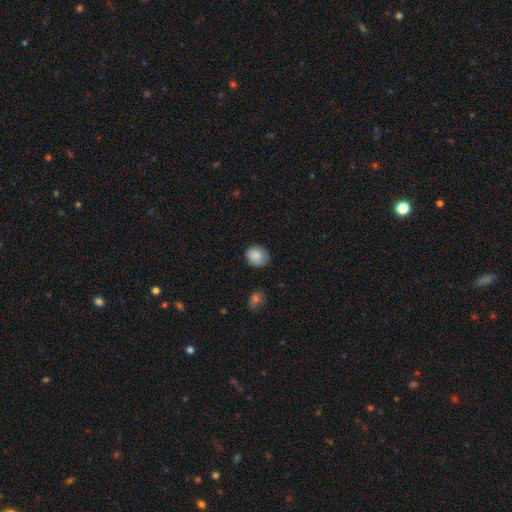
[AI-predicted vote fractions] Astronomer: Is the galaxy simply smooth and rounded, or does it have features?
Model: smooth — 84%.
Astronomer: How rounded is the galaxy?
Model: round — 65%.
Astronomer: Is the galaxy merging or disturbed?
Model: none — 78%.